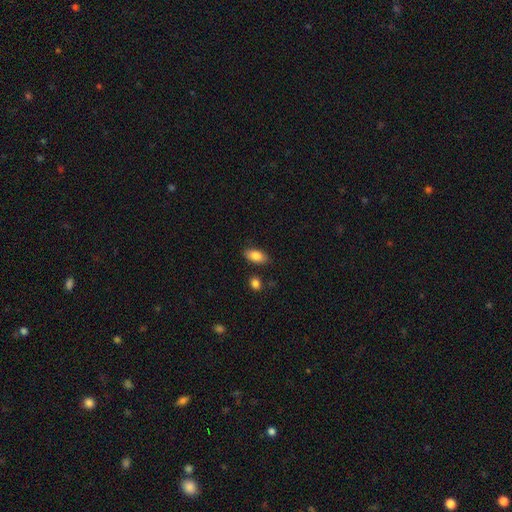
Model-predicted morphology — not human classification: smooth 85%, featured or disk 8%, star or artifact 7%. Down the decision tree: how rounded — in between (91%); merging — none (83%).